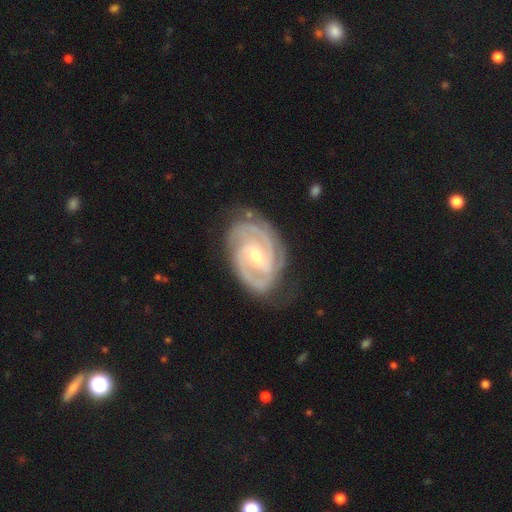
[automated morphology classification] smooth-or-featured: featured or disk: 92% | smooth: 4% | star or artifact: 4%
  disk-edge-on: no: 97% | yes: 3%
    bar: weak: 53% | strong: 26% | no: 21%
    has-spiral-arms: yes: 98% | no: 2%
      spiral-winding: tight: 66% | medium: 30% | loose: 4%
      spiral-arm-count: 2: 57% | 3: 24% | can't tell: 9% | 4: 5% | 1: 3% | more than 4: 3%
    bulge-size: moderate: 52% | small: 42% | large: 3% | none: 2% | dominant: 1%
  merging: none: 74% | minor disturbance: 19% | major disturbance: 6% | merger: 1%